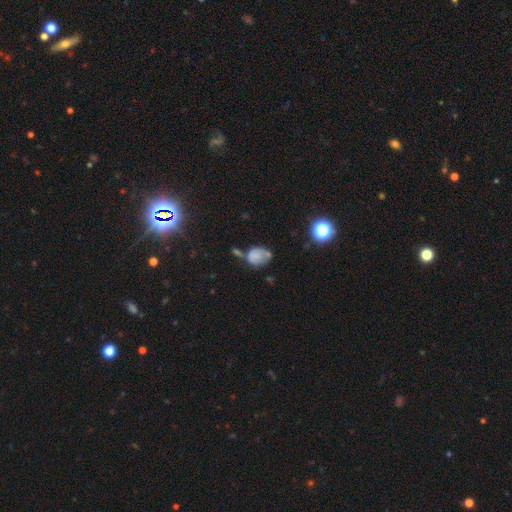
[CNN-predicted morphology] The model was most divided on "merging": none: 35%, minor disturbance: 29%, merger: 20%, major disturbance: 16%. More confident: smooth or featured — smooth (64%); how rounded — in between (56%).